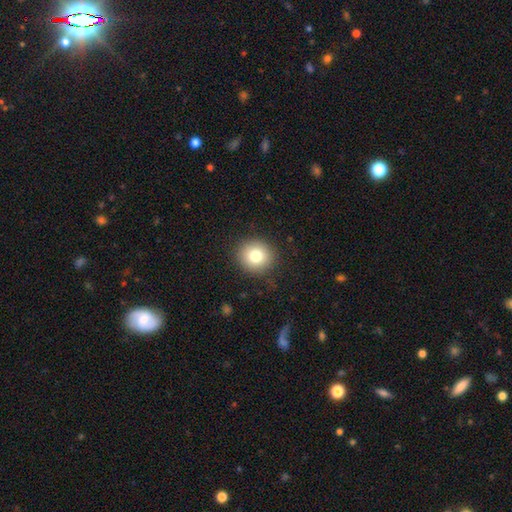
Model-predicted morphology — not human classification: This appears to be a smooth galaxy with no disk features (81%) that is round (89%). Merging: none (89%).